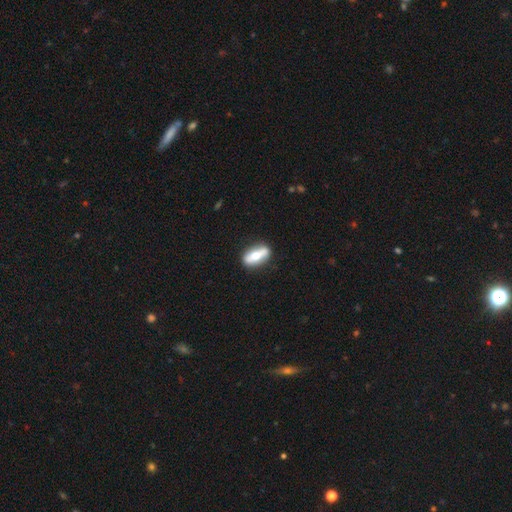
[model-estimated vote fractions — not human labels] This is possibly a smooth galaxy (52%). How rounded: likely in between (68%). Merging: clearly none (83%).